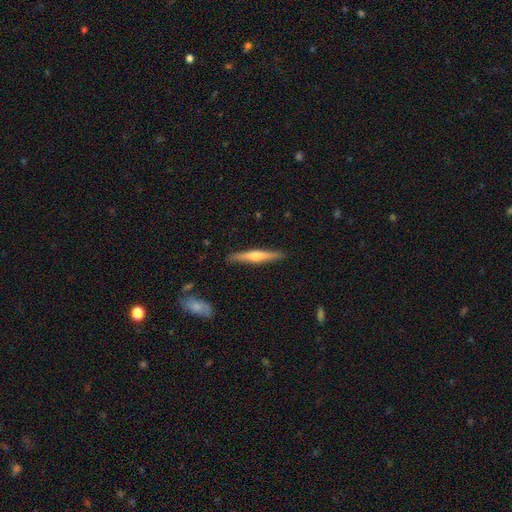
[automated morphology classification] Overall: featured or disk (59%; smooth 36%). Edge-on disk: yes (97%). Edge-on bulge: rounded (83%). Merging: none (90%).